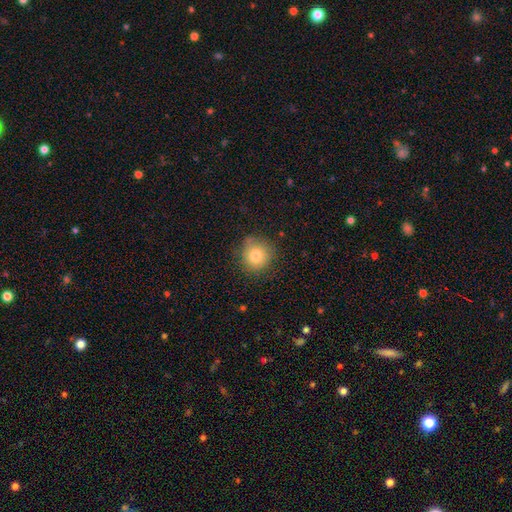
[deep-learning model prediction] This is likely a smooth galaxy (80%). How rounded: clearly round (92%). Merging: likely none (79%).